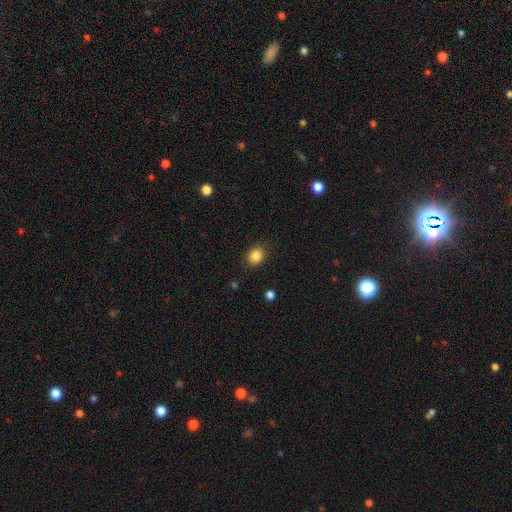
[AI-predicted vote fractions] The model was most divided on "how rounded": round: 64%, in between: 35%, cigar-shaped: 1%. More confident: merging — none (86%); smooth or featured — smooth (86%).